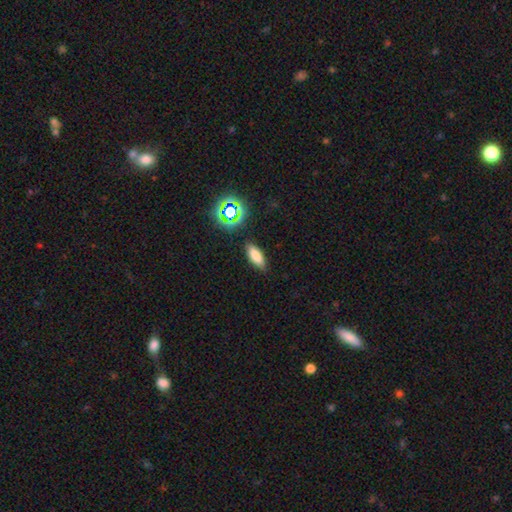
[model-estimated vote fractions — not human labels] A smooth galaxy with no disk features (78%) that is in between round and cigar-shaped (71%).

Vote fractions:
- Smooth or featured? smooth: 78% / star or artifact: 13% / featured or disk: 9%
- How rounded? in between: 71% / cigar-shaped: 25% / round: 4%
- Merging? none: 84% / minor disturbance: 11% / major disturbance: 3% / merger: 2%